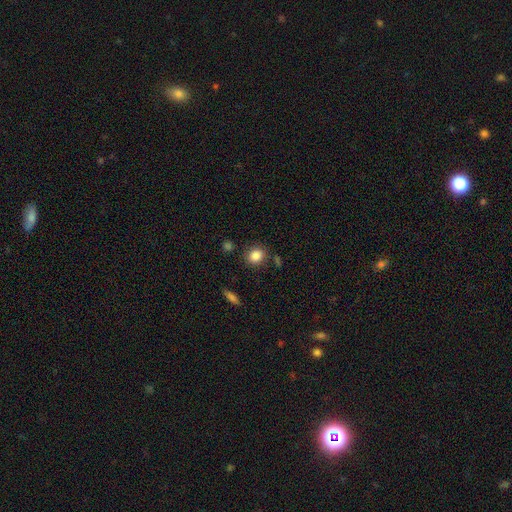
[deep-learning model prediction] Smooth or featured: smooth — 85% (star or artifact — 9%)
How rounded: round — 73% (in between — 26%)
Merging: none — 81% (minor disturbance — 11%)